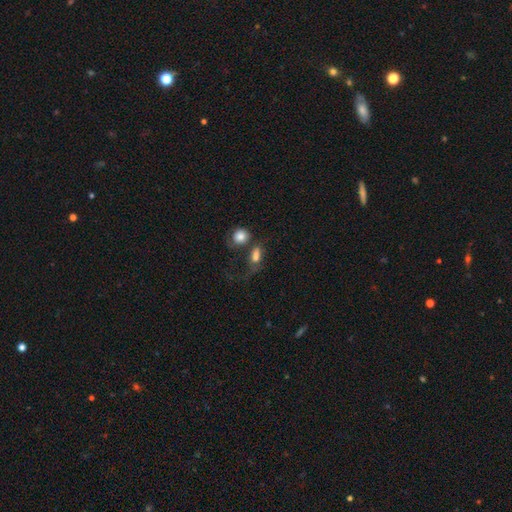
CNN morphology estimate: Smooth or featured? Predicted: smooth (p=0.75). How rounded? Predicted: in between (p=0.71). Merging? Predicted: merger (p=0.33).